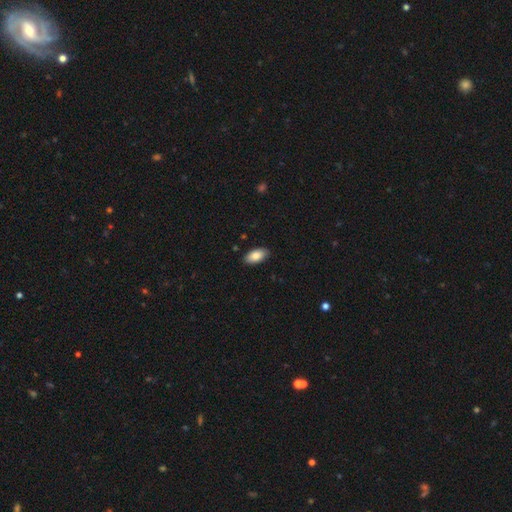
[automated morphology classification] type=smooth (86%); roundness=in between (94%); merging=none (88%).